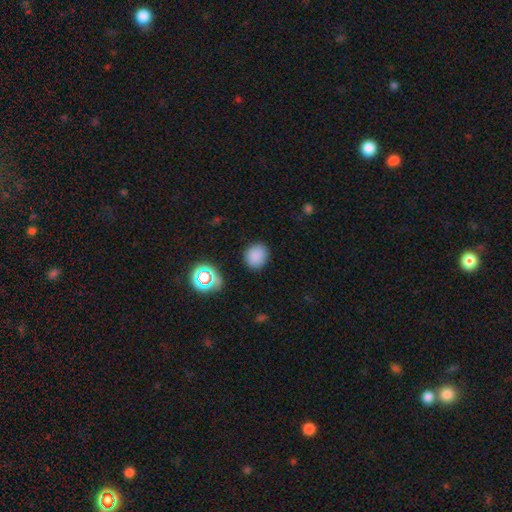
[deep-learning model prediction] The model was most divided on "how rounded": round: 78%, in between: 21%, cigar-shaped: 1%. More confident: merging — none (87%); smooth or featured — smooth (82%).